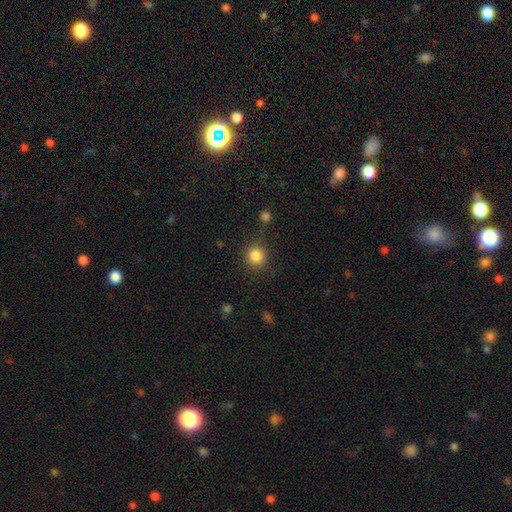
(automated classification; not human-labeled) Smooth or featured?
  - smooth: 85% *
  - star or artifact: 11%
  - featured or disk: 4%
How rounded?
  - round: 93% *
  - in between: 6%
  - cigar-shaped: 1%
Merging?
  - none: 86% *
  - minor disturbance: 8%
  - major disturbance: 3%
  - merger: 2%